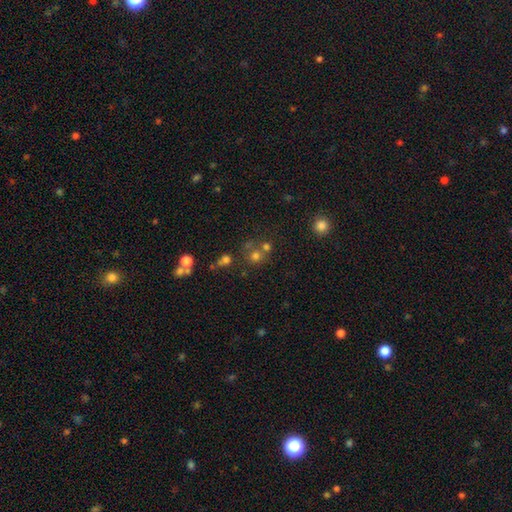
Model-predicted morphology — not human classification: Q: Smooth or featured?
A: smooth (66%); runner-up: star or artifact (22%)
Q: How rounded?
A: round (87%); runner-up: in between (12%)
Q: Merging?
A: none (56%); runner-up: merger (32%)